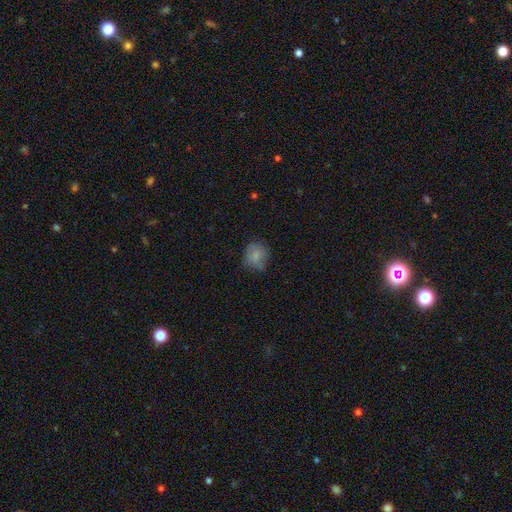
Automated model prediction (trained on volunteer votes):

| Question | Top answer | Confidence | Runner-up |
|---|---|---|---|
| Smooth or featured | smooth | 76% | featured or disk (14%) |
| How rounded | round | 70% | in between (29%) |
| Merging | none | 63% | minor disturbance (26%) |